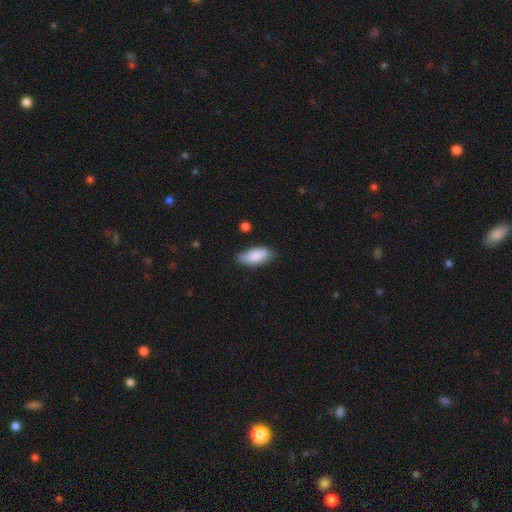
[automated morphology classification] Smooth or featured: smooth — 85% (featured or disk — 9%)
How rounded: in between — 85% (cigar-shaped — 12%)
Merging: none — 68% (minor disturbance — 26%)